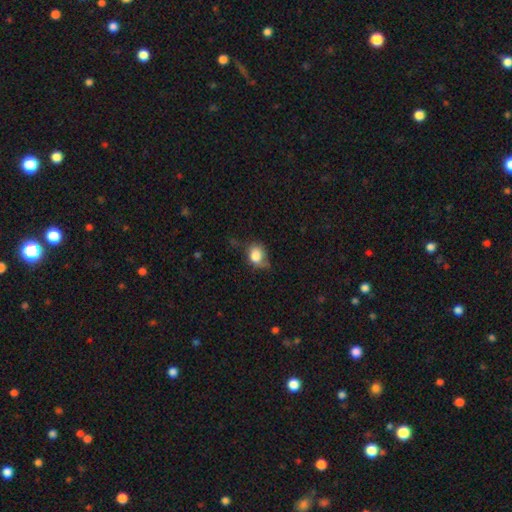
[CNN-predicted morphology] smooth_or_featured: smooth (p=0.79) [alt: featured or disk p=0.11]
how_rounded: in between (p=0.50) [alt: round p=0.48]
merging: minor disturbance (p=0.41) [alt: none p=0.40]